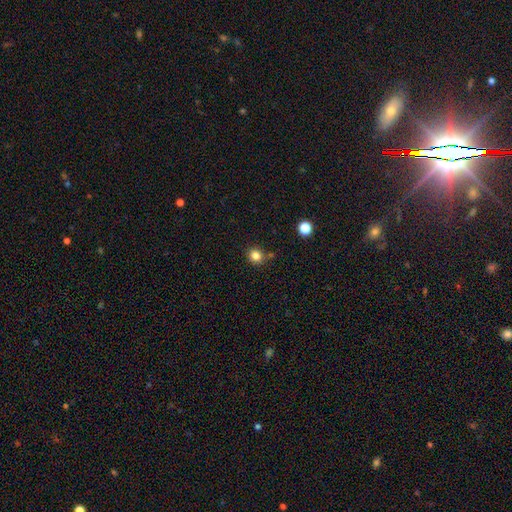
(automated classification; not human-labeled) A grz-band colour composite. It shows a smooth galaxy with no disk features (82%) that is round (88%). Merging: none (82%).